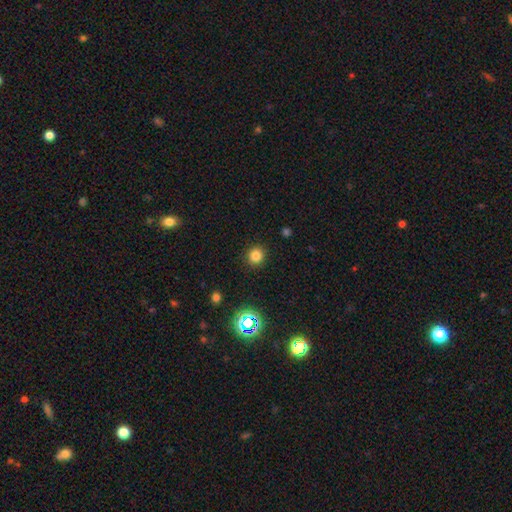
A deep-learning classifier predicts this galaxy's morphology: smooth-or-featured: smooth: 80% | star or artifact: 15% | featured or disk: 4%
  how-rounded: round: 91% | in between: 8% | cigar-shaped: 1%
  merging: none: 91% | minor disturbance: 6% | major disturbance: 2% | merger: 1%